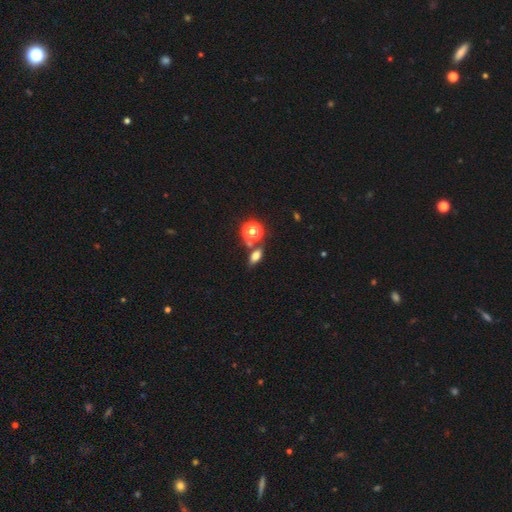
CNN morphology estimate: A smooth galaxy with no disk features (67%) that is in between round and cigar-shaped (69%). Merging: none (70%).